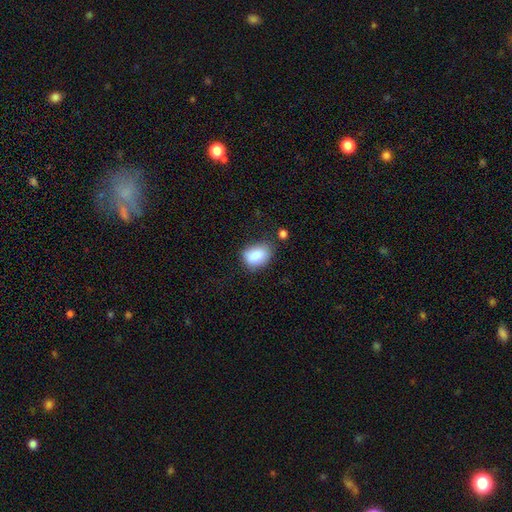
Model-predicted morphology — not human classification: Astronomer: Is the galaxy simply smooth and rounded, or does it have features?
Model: smooth — 86%.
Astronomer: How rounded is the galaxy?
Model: in between — 79%.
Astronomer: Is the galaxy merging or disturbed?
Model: none — 62%.